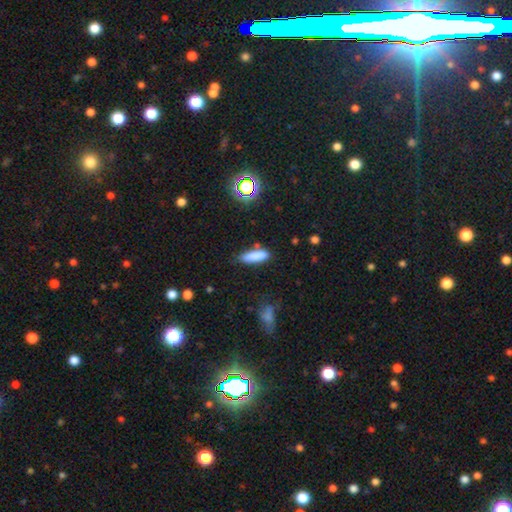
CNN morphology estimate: Smooth or featured: smooth — 82% (star or artifact — 9%)
How rounded: cigar-shaped — 63% (in between — 35%)
Merging: none — 75% (minor disturbance — 16%)